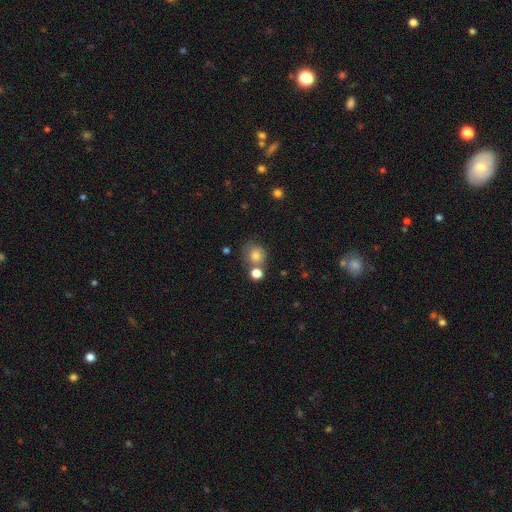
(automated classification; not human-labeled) This is likely a smooth galaxy (80%). How rounded: clearly round (83%). Merging: possibly none (56%).